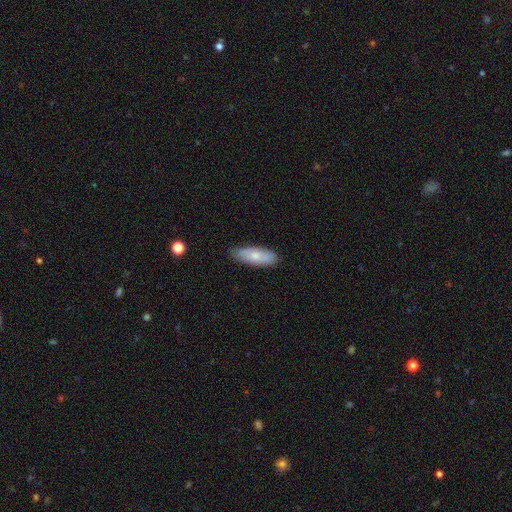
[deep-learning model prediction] Smooth or featured?
  - smooth: 72% *
  - featured or disk: 23%
  - star or artifact: 6%
How rounded?
  - in between: 69% *
  - cigar-shaped: 28%
  - round: 2%
Merging?
  - none: 82% *
  - minor disturbance: 15%
  - major disturbance: 2%
  - merger: 1%